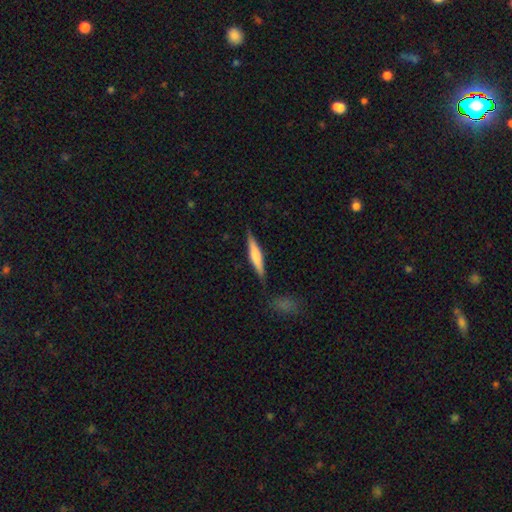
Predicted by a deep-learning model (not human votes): The model was most divided on "smooth or featured": smooth: 51%, featured or disk: 43%, star or artifact: 6%. More confident: how rounded — cigar-shaped (89%); merging — none (84%).